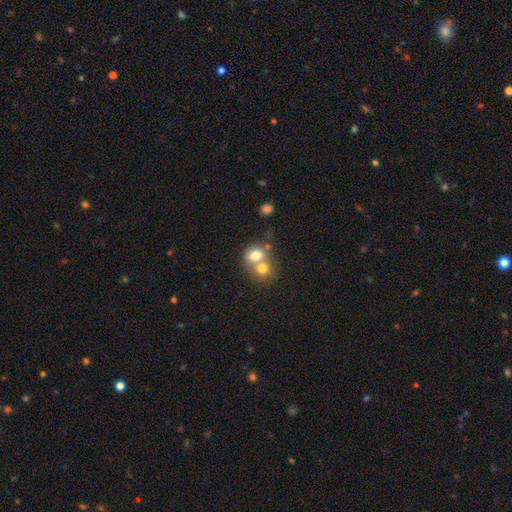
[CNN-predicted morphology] Overall: smooth (74%). How rounded: round (63%; in between 36%). Merging: merger (64%; none 27%).